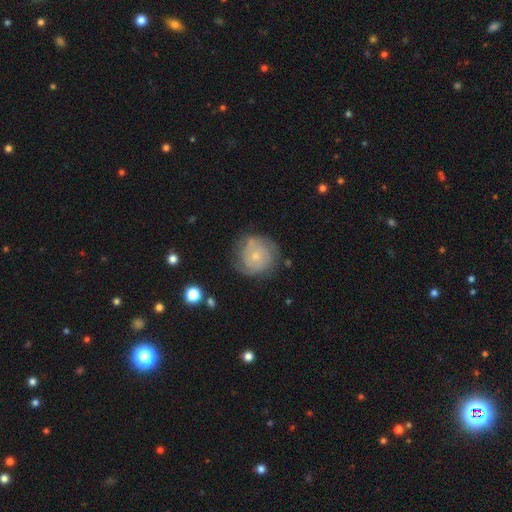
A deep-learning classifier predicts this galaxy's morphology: featured or disk 69%, smooth 24%, star or artifact 7%. Down the decision tree: edge-on disk — no (98%); bar — no (81%); spiral arms — yes (89%); spiral arm count — 2 (36%); spiral winding — tight (66%); bulge size — small (74%); merging — none (69%).